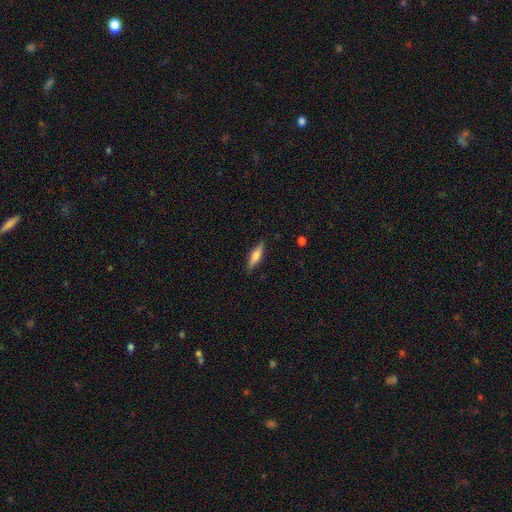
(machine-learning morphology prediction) Smooth or featured? Predicted: smooth (p=0.56). How rounded? Predicted: cigar-shaped (p=0.66). Merging? Predicted: none (p=0.87).